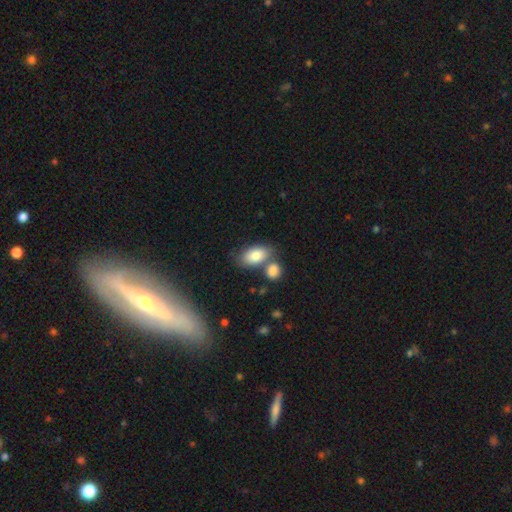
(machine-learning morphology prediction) type=smooth (83%); roundness=in between (92%); merging=none (51%).